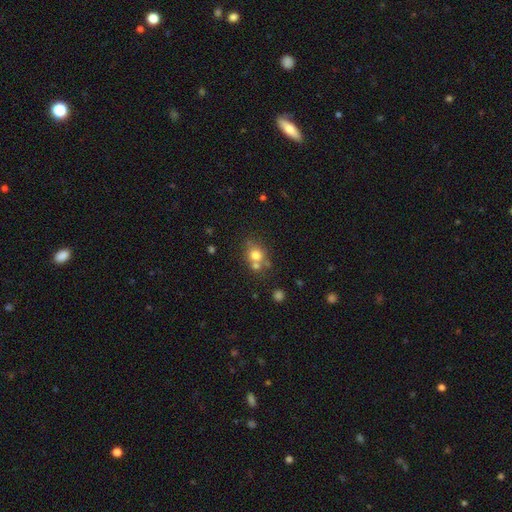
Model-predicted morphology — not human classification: type=smooth (72%); roundness=round (76%); merging=none (52%).